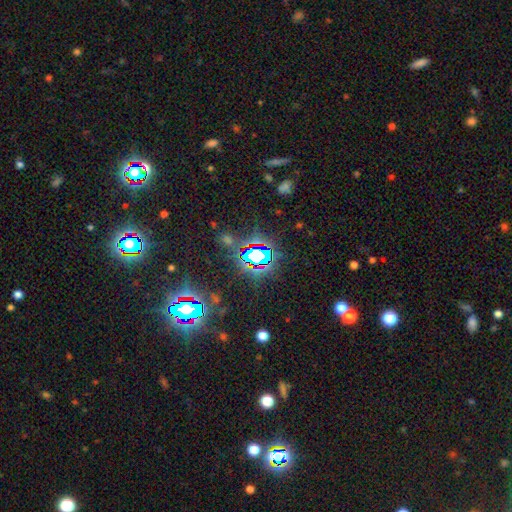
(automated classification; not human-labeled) smooth-or-featured: star or artifact: 76% | smooth: 14% | featured or disk: 10%